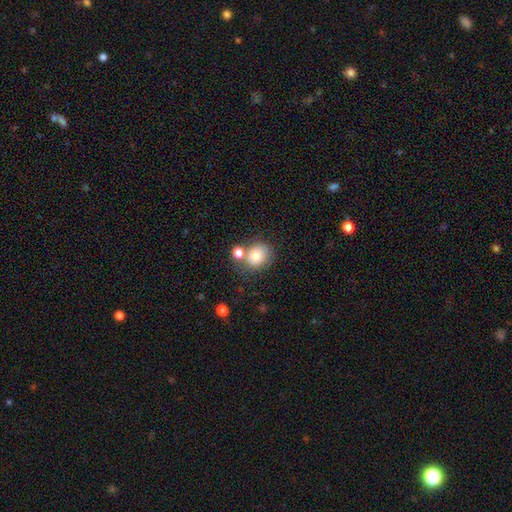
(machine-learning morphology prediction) Smooth or featured? Predicted: smooth (p=0.79). How rounded? Predicted: round (p=0.69). Merging? Predicted: none (p=0.60).